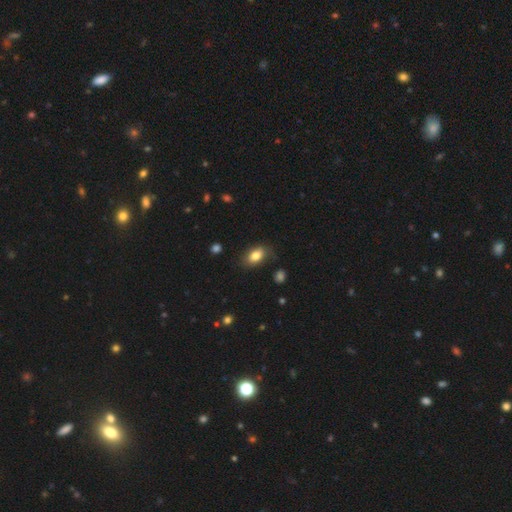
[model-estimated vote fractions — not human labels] This appears to be a smooth galaxy with no disk features (82%) that is in between round and cigar-shaped (88%). Merging: none (76%).